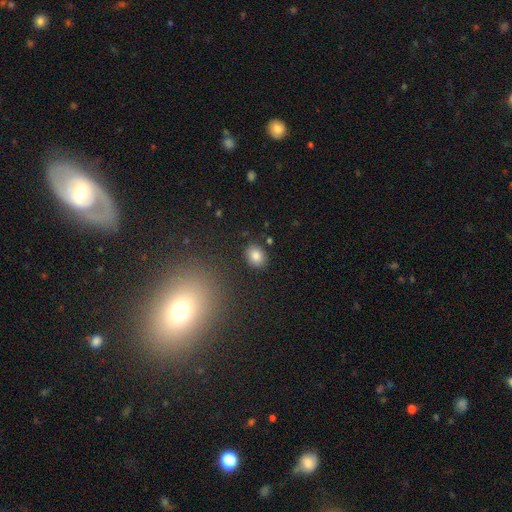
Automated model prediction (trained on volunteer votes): Smooth or featured?
  - smooth: 83% *
  - star or artifact: 10%
  - featured or disk: 6%
How rounded?
  - in between: 55% *
  - round: 44%
  - cigar-shaped: 1%
Merging?
  - none: 85% *
  - minor disturbance: 9%
  - major disturbance: 3%
  - merger: 3%